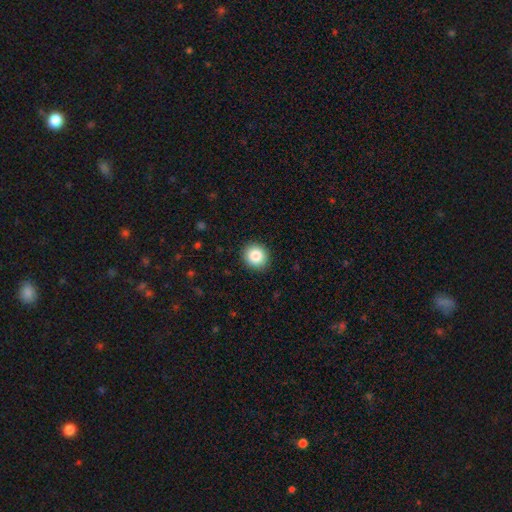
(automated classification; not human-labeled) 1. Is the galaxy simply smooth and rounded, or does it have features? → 86% smooth, 9% star or artifact, 5% featured or disk.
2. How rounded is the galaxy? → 85% round, 14% in between, 1% cigar-shaped.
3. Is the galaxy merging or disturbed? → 91% none, 6% minor disturbance, 2% major disturbance, 1% merger.